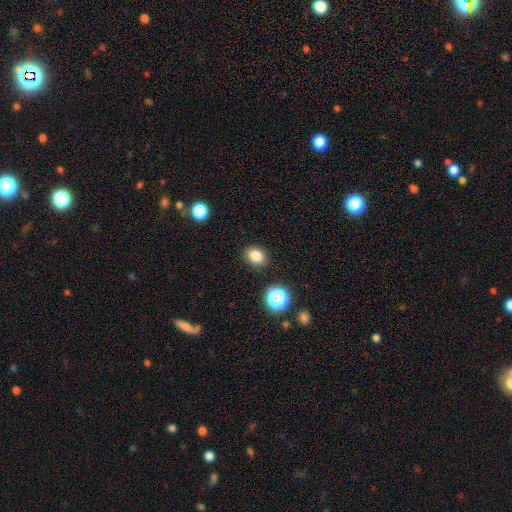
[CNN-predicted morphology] smooth_or_featured: smooth (p=0.83) [alt: star or artifact p=0.12]
how_rounded: in between (p=0.60) [alt: round p=0.39]
merging: none (p=0.86) [alt: minor disturbance p=0.09]